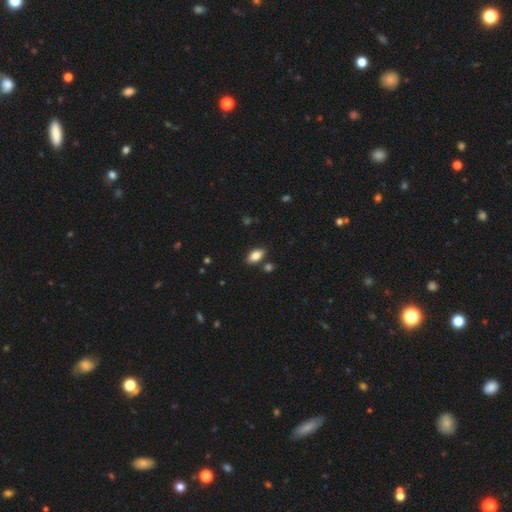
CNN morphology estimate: A smooth galaxy with no disk features (82%) that is in between round and cigar-shaped (91%).

Vote fractions:
- Smooth or featured? smooth: 82% / featured or disk: 10% / star or artifact: 8%
- How rounded? in between: 91% / cigar-shaped: 5% / round: 4%
- Merging? none: 83% / minor disturbance: 10% / merger: 5% / major disturbance: 2%